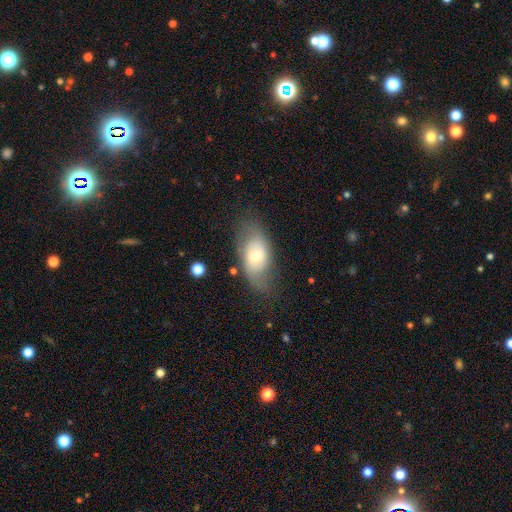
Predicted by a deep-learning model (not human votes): Morphology: type=featured or disk (47%); merging=none (64%).